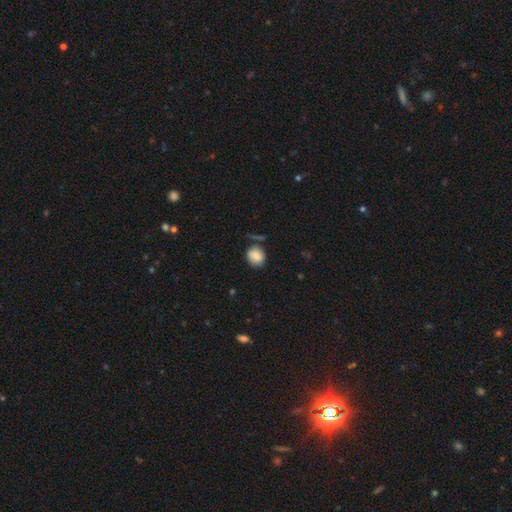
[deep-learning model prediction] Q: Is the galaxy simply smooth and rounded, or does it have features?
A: smooth — 86%.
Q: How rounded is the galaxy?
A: round — 69%.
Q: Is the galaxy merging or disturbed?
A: none — 69%.